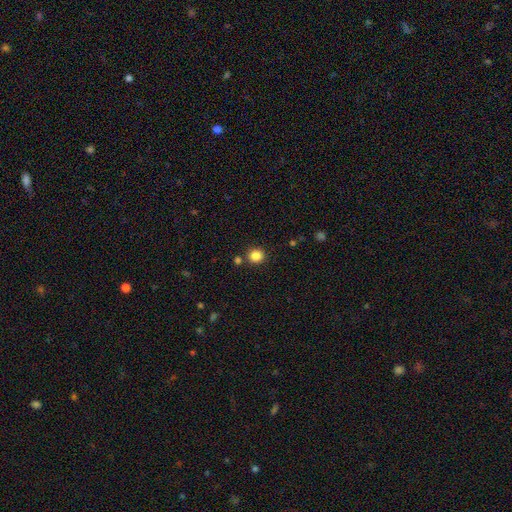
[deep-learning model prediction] This appears to be a smooth galaxy with no disk features (85%) that is round (90%). Merging: none (84%).